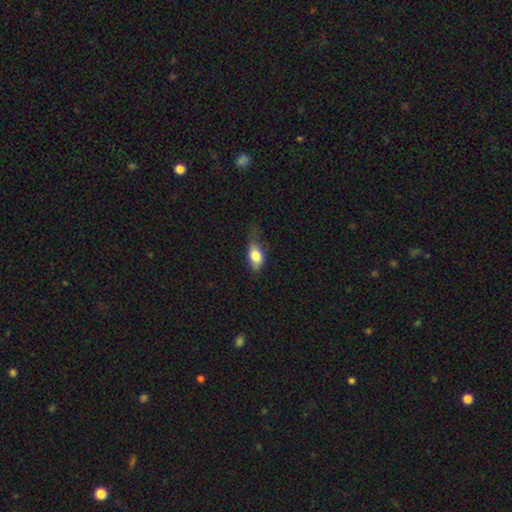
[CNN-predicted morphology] Overall: smooth (78%). How rounded: in between (86%). Merging: minor disturbance (39%; none 36%).